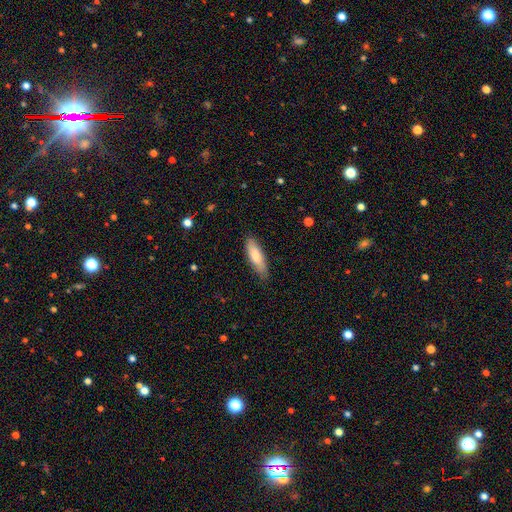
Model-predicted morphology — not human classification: smooth 77%, featured or disk 18%, star or artifact 5%. Down the decision tree: how rounded — cigar-shaped (54%); merging — none (83%).